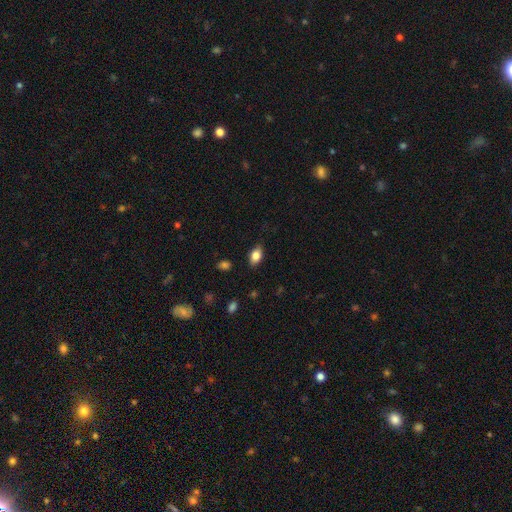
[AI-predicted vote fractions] Smooth or featured? Predicted: smooth (p=0.82). How rounded? Predicted: in between (p=0.87). Merging? Predicted: none (p=0.83).